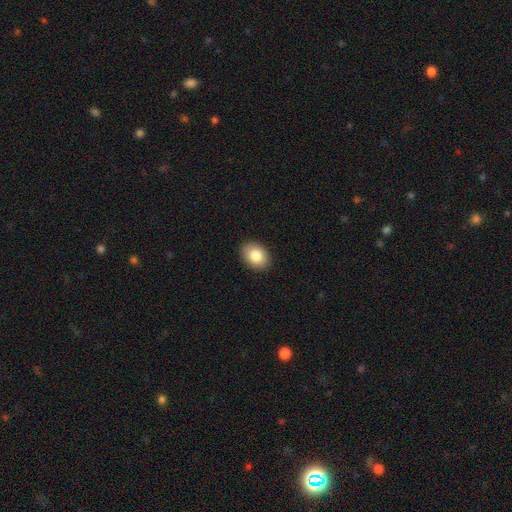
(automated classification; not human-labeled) Smooth or featured? smooth (84%)
How rounded? in between (71%)
Merging? none (90%)